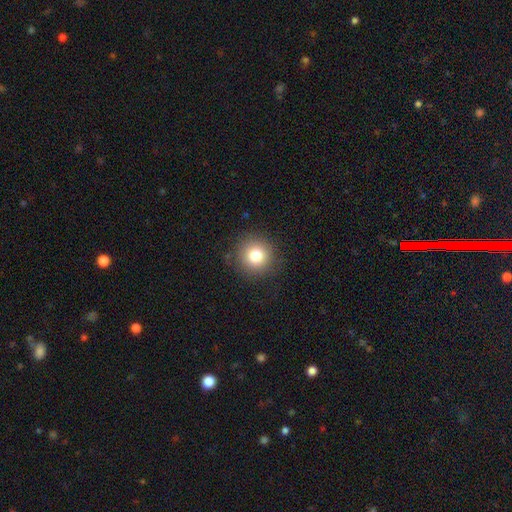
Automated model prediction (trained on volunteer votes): This appears to be a smooth galaxy with no disk features (80%) that is round (94%). Merging: none (88%).